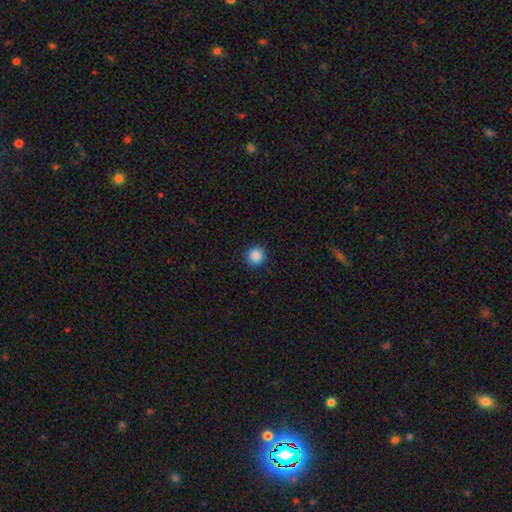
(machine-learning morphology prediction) Smooth or featured? smooth (87%)
How rounded? round (94%)
Merging? none (92%)